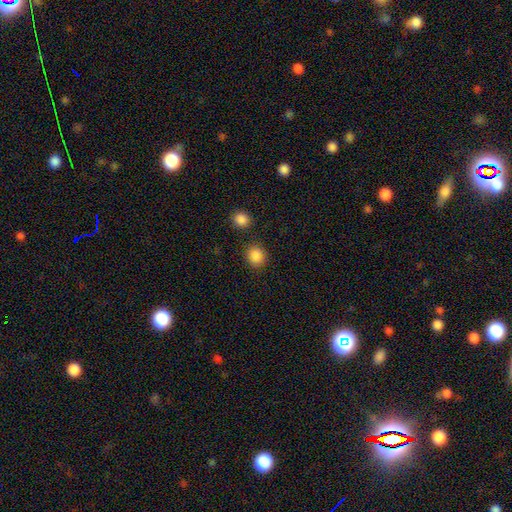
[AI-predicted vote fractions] This is clearly a smooth galaxy (87%). How rounded: clearly round (83%). Merging: clearly none (84%).